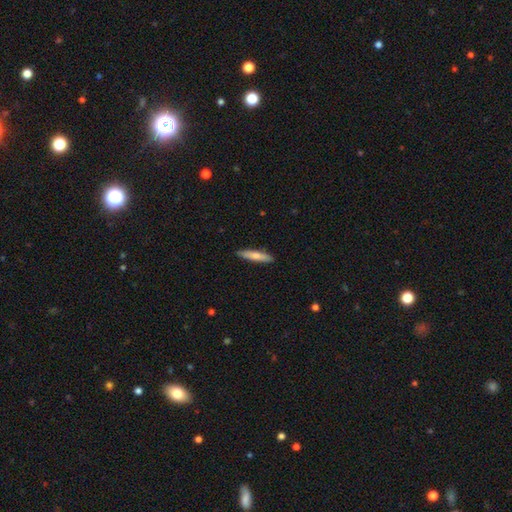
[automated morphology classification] This is likely a smooth galaxy (72%). How rounded: clearly cigar-shaped (86%). Merging: clearly none (89%).